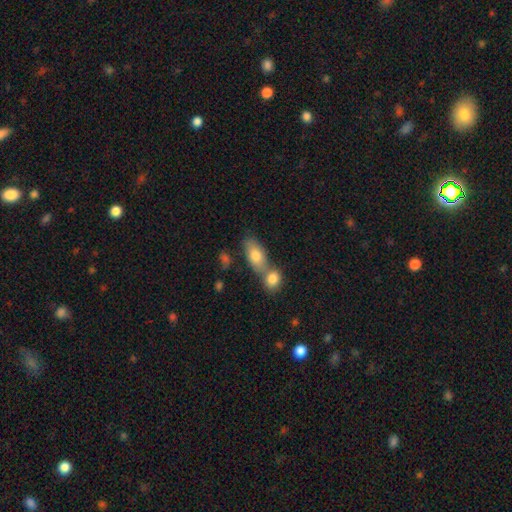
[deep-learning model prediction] This appears to be a smooth galaxy with no disk features (77%) that is in between round and cigar-shaped (86%). Merging: merger (46%).